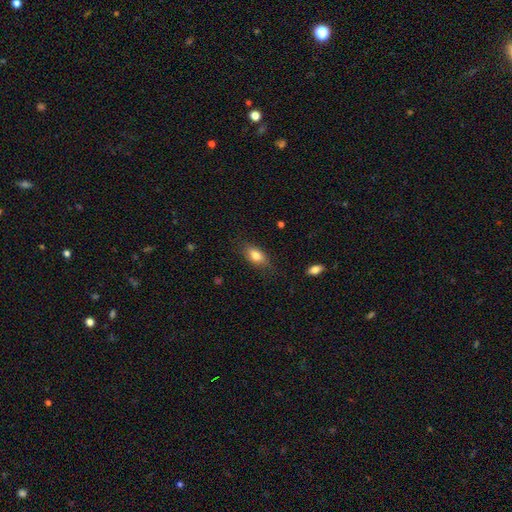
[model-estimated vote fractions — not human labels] A smooth galaxy with no disk features (79%) that is in between round and cigar-shaped (85%). Merging: none (77%).